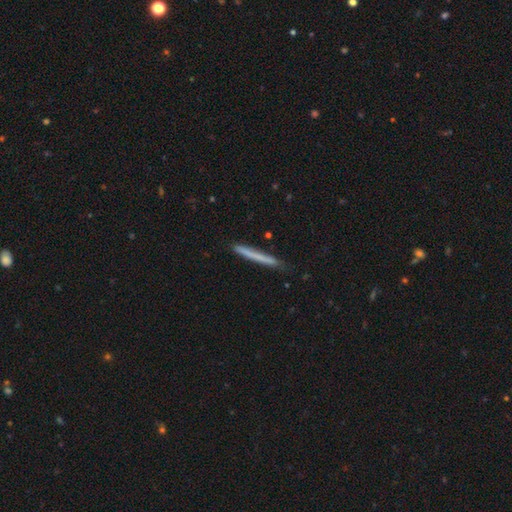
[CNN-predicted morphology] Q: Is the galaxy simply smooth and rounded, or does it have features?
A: smooth — 65%.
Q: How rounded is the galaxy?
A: cigar-shaped — 97%.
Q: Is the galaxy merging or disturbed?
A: none — 86%.